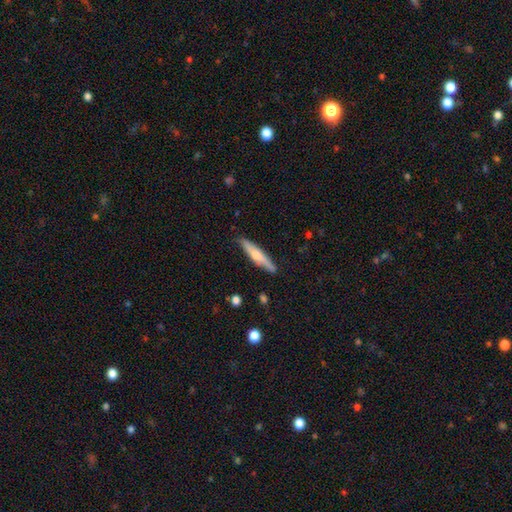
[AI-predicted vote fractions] Smooth or featured?
  - featured or disk: 49% *
  - smooth: 45%
  - star or artifact: 6%
Merging?
  - none: 86% *
  - minor disturbance: 11%
  - major disturbance: 2%
  - merger: 1%